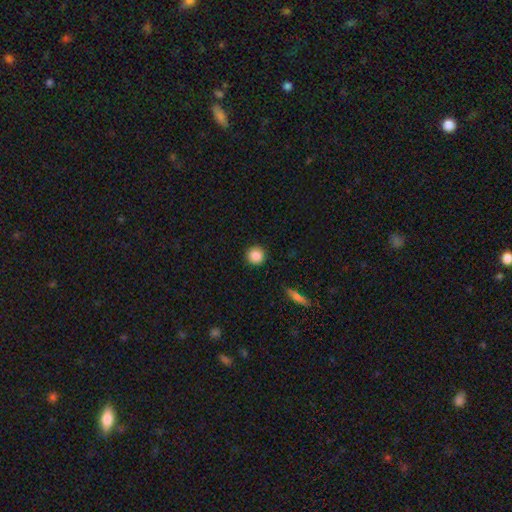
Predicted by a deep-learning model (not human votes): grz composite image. It shows a smooth galaxy with no disk features (87%) that is round (95%). Merging: none (92%).